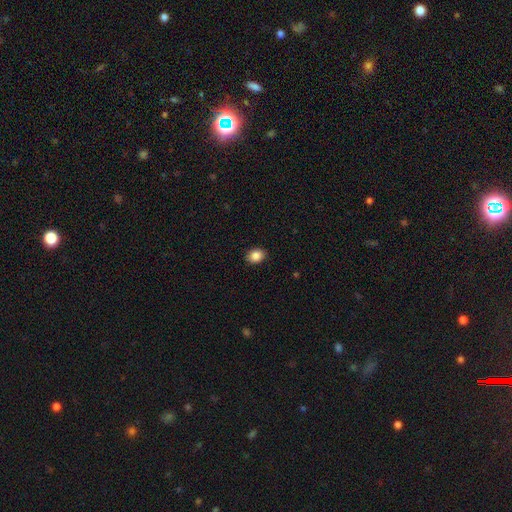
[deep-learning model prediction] Smooth or featured? smooth (87%)
How rounded? in between (58%)
Merging? none (89%)